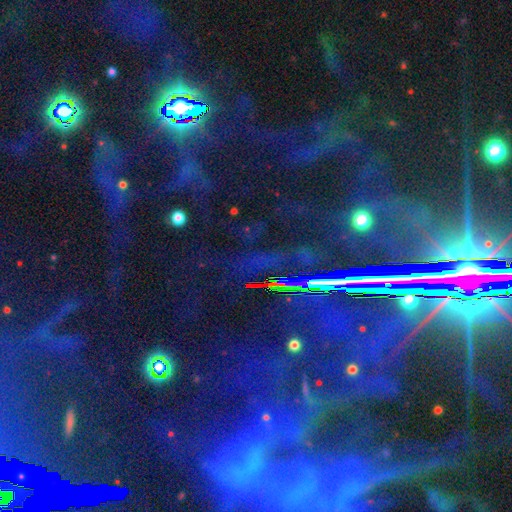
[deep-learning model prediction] Smooth or featured? Predicted: star or artifact (p=0.77).